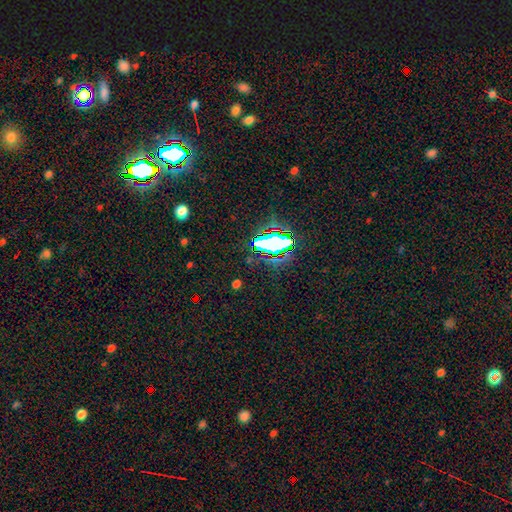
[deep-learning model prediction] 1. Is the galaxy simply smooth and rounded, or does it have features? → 82% star or artifact, 10% smooth, 7% featured or disk.